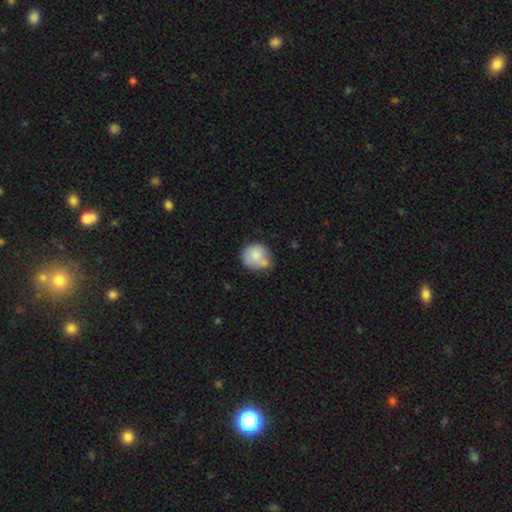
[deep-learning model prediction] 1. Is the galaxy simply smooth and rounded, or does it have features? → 76% smooth, 17% featured or disk, 7% star or artifact.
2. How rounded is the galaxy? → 85% round, 14% in between, 1% cigar-shaped.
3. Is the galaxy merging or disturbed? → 48% none, 26% merger, 19% minor disturbance, 6% major disturbance.